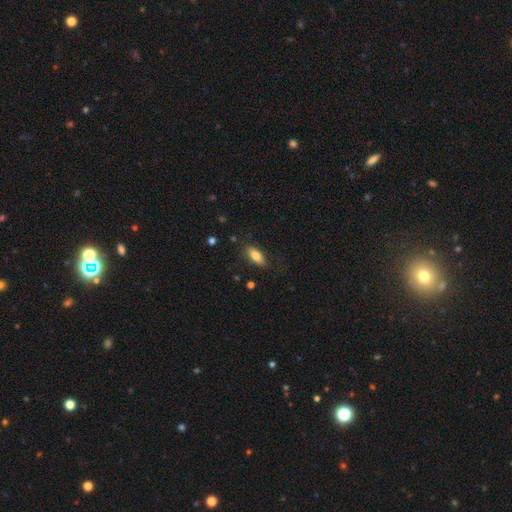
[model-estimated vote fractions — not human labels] This appears to be a smooth galaxy with no disk features (74%) that is in between round and cigar-shaped (71%). Merging: none (83%).